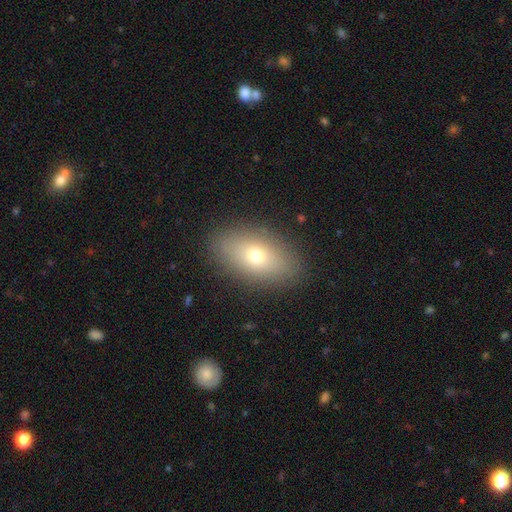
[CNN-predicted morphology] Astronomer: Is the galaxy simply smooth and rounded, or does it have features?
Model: smooth — 68%.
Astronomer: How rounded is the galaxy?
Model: in between — 87%.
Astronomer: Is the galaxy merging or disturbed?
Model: none — 87%.